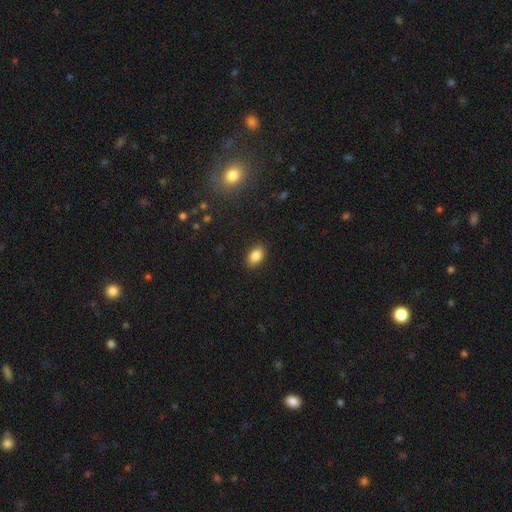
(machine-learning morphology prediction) smooth 86%, star or artifact 9%, featured or disk 5%. Down the decision tree: how rounded — in between (86%); merging — none (89%).